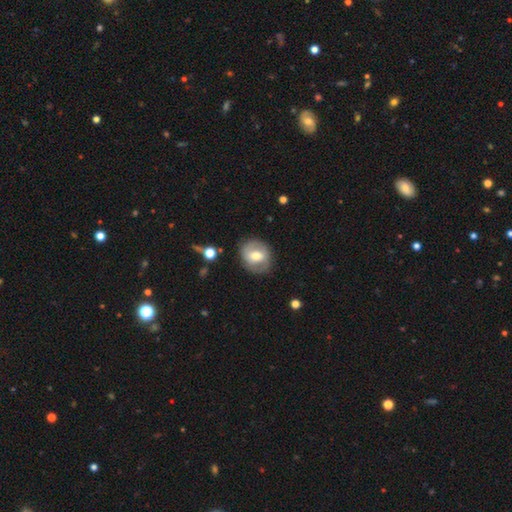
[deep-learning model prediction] This appears to be a smooth galaxy with no disk features (49%). Merging: none (80%).